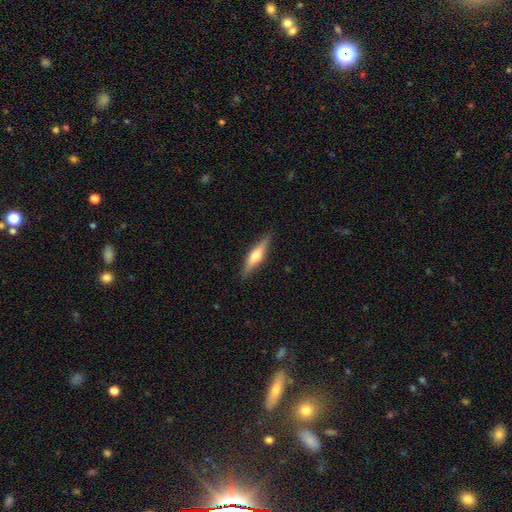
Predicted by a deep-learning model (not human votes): Smooth or featured? Predicted: featured or disk (p=0.60). Edge-on disk? Predicted: yes (p=0.95). Edge-on bulge? Predicted: rounded (p=0.91). Merging? Predicted: none (p=0.89).